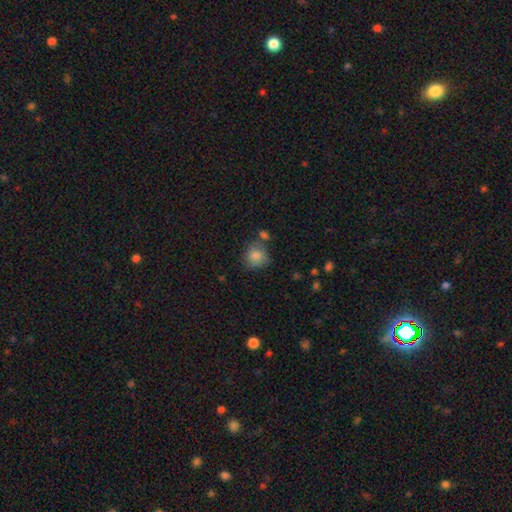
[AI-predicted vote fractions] Q: Smooth or featured?
A: smooth (84%); runner-up: star or artifact (9%)
Q: How rounded?
A: round (82%); runner-up: in between (17%)
Q: Merging?
A: none (65%); runner-up: minor disturbance (18%)